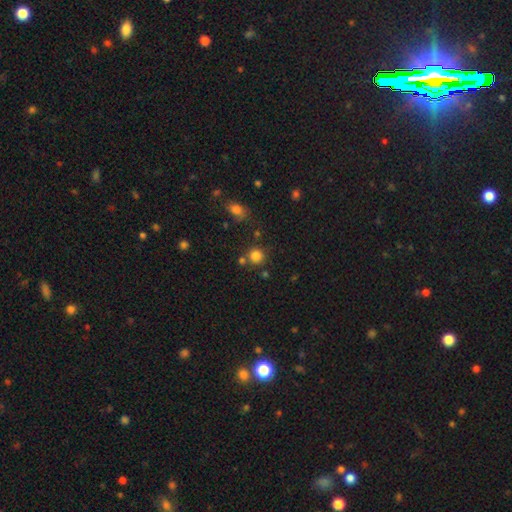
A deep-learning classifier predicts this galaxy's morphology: Q: Smooth or featured?
A: smooth (81%); runner-up: star or artifact (14%)
Q: How rounded?
A: round (91%); runner-up: in between (8%)
Q: Merging?
A: none (75%); runner-up: merger (11%)